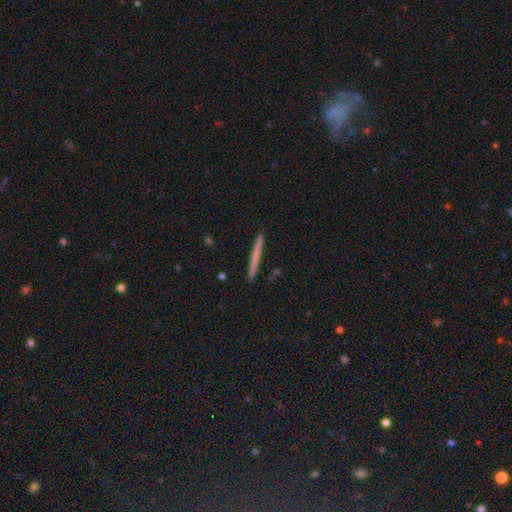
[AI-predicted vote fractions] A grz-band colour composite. It shows a smooth galaxy with no disk features (60%) that is cigar-shaped (97%). Merging: none (92%).